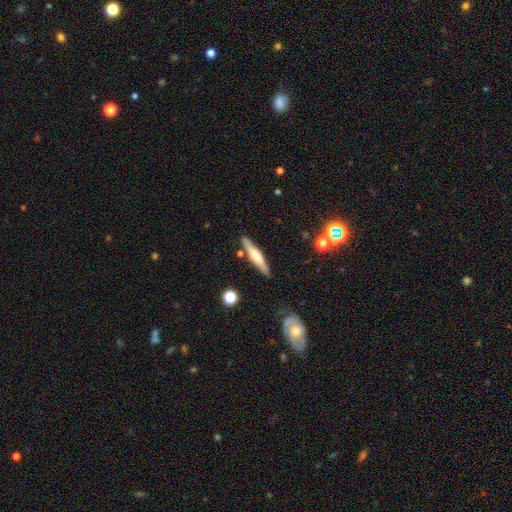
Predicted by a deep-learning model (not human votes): Smooth or featured? Predicted: smooth (p=0.52). How rounded? Predicted: cigar-shaped (p=0.90). Merging? Predicted: none (p=0.86).